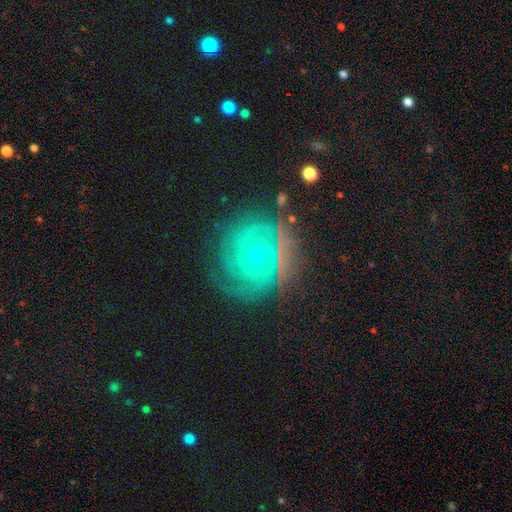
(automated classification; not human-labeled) smooth_or_featured: featured or disk (p=0.74) [alt: smooth p=0.15]
disk_edge_on: no (p=0.97) [alt: yes p=0.03]
bar: no (p=0.80) [alt: weak p=0.15]
has_spiral_arms: yes (p=0.91) [alt: no p=0.09]
spiral_winding: tight (p=0.74) [alt: medium p=0.20]
spiral_arm_count: can't tell (p=0.34) [alt: 3 p=0.21]
bulge_size: small (p=0.80) [alt: moderate p=0.16]
merging: none (p=0.74) [alt: minor disturbance p=0.15]